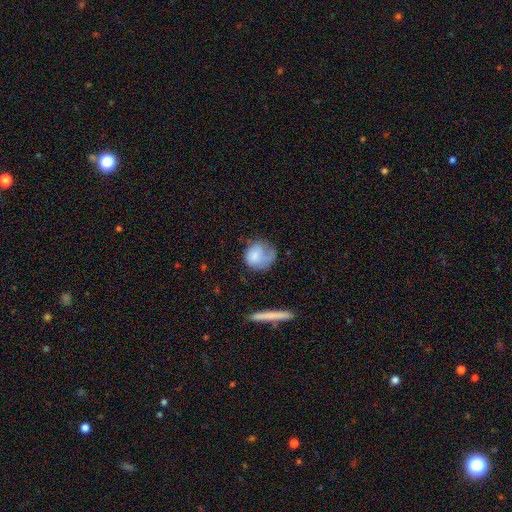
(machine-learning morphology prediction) Q: Smooth or featured?
A: smooth (62%); runner-up: featured or disk (31%)
Q: How rounded?
A: round (75%); runner-up: in between (23%)
Q: Merging?
A: none (44%); runner-up: major disturbance (28%)